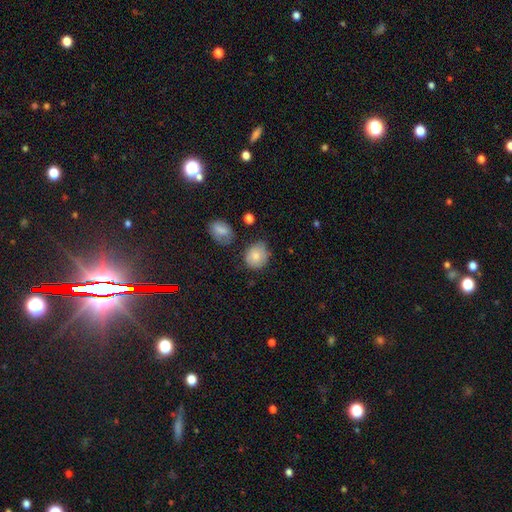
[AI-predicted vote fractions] Smooth or featured? smooth (77%)
How rounded? round (69%)
Merging? none (57%)